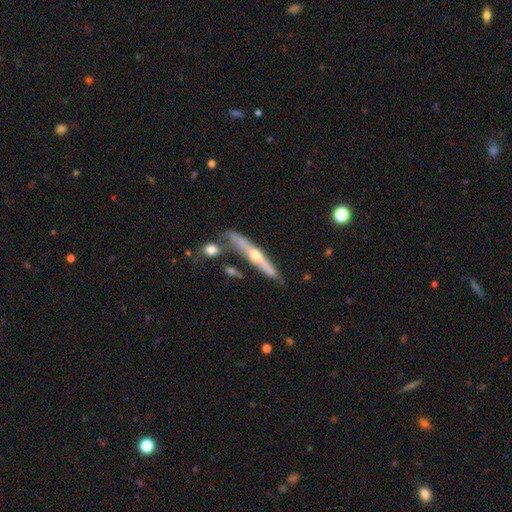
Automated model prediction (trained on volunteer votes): Overall: featured or disk (73%). Edge-on disk: yes (94%). Edge-on bulge: rounded (88%). Merging: none (71%).